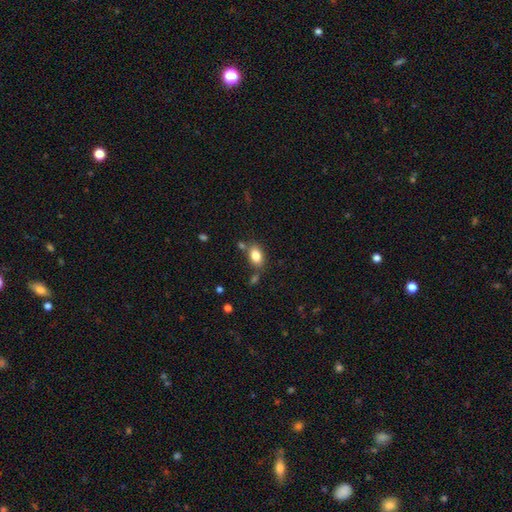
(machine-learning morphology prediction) This appears to be a smooth galaxy with no disk features (84%) that is in between round and cigar-shaped (87%). Merging: none (71%).